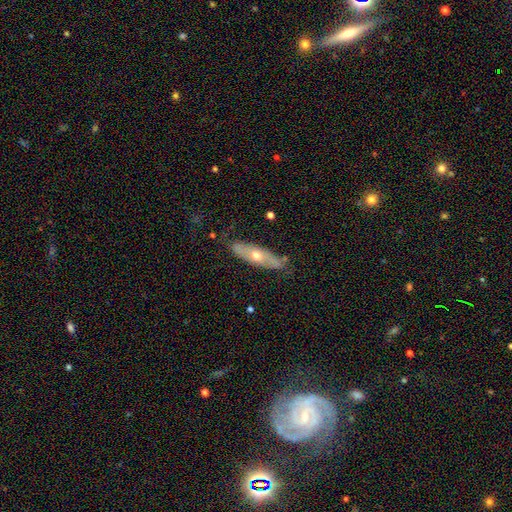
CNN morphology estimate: A featured or disk galaxy (50%).

Vote fractions:
- Smooth or featured? featured or disk: 50% / smooth: 44% / star or artifact: 6%
- Merging? none: 76% / minor disturbance: 18% / major disturbance: 4% / merger: 2%